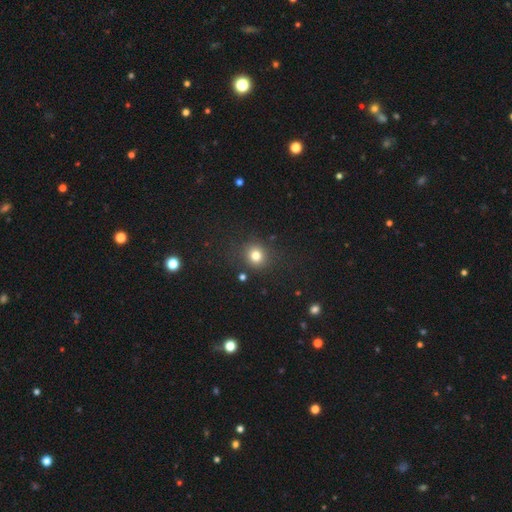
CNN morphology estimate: smooth-or-featured: smooth: 79% | star or artifact: 14% | featured or disk: 7%
  how-rounded: round: 84% | in between: 15% | cigar-shaped: 1%
  merging: none: 85% | minor disturbance: 9% | major disturbance: 4% | merger: 2%